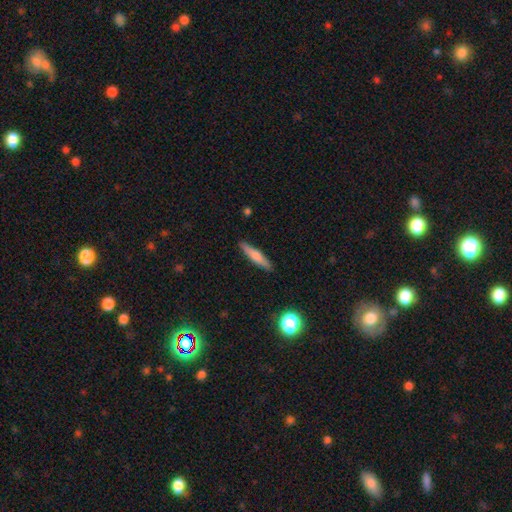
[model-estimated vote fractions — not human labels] Smooth or featured: smooth — 57% (featured or disk — 36%)
How rounded: cigar-shaped — 88% (in between — 10%)
Merging: none — 90% (minor disturbance — 7%)